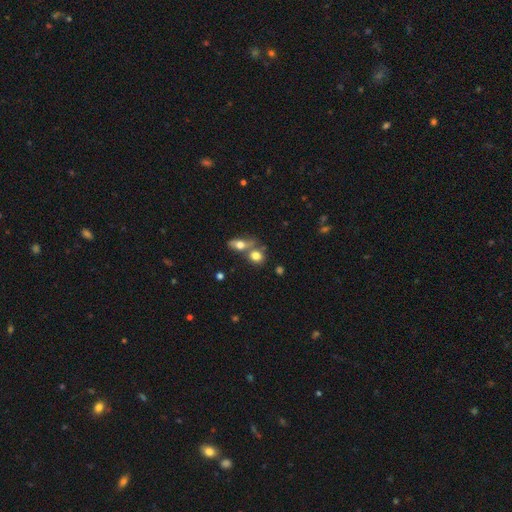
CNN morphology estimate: smooth 76%, featured or disk 13%, star or artifact 11%. Down the decision tree: how rounded — round (58%); merging — merger (45%).